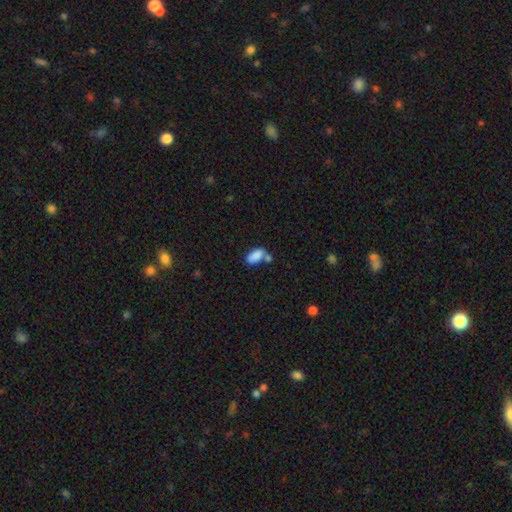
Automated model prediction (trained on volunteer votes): Overall: smooth (87%). How rounded: in between (92%). Merging: none (55%; merger 26%).